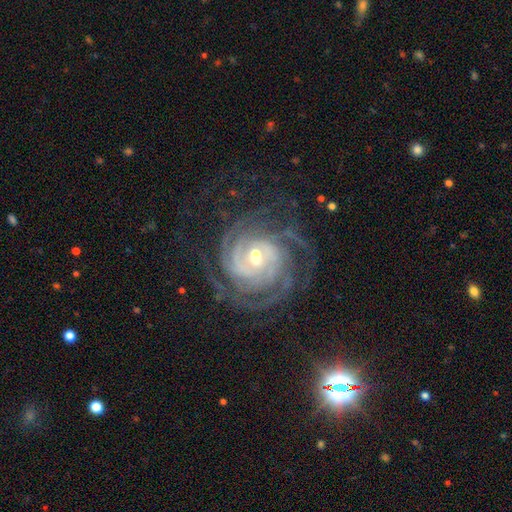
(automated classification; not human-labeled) The model was most divided on "bar" (2-way tie): no: 41%, weak: 41%, strong: 18%. Remaining: spiral arms — yes (98%); edge-on disk — no (98%); smooth or featured — featured or disk (89%); spiral winding — tight (75%); merging — none (71%); bulge size — small (56%); spiral arm count — 4 (24%).